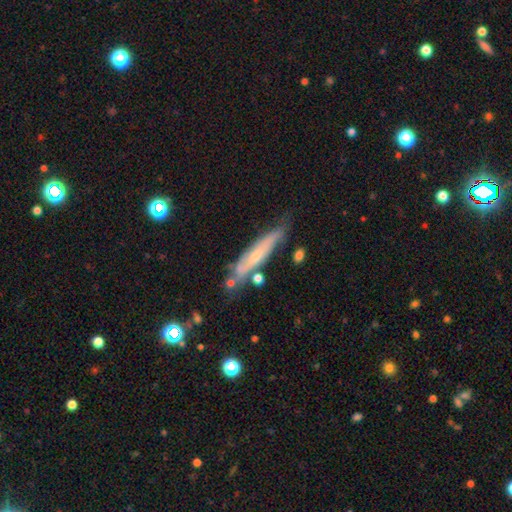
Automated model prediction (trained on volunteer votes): Smooth or featured: featured or disk — 53% (smooth — 40%)
Edge-on disk: yes — 70% (no — 30%)
Merging: none — 62% (minor disturbance — 25%)